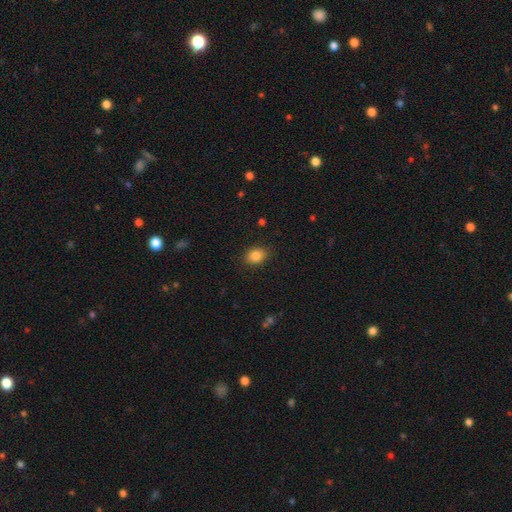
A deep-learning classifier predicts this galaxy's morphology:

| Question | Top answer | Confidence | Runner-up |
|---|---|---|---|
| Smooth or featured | smooth | 86% | star or artifact (9%) |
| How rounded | in between | 58% | round (41%) |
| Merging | none | 86% | minor disturbance (10%) |